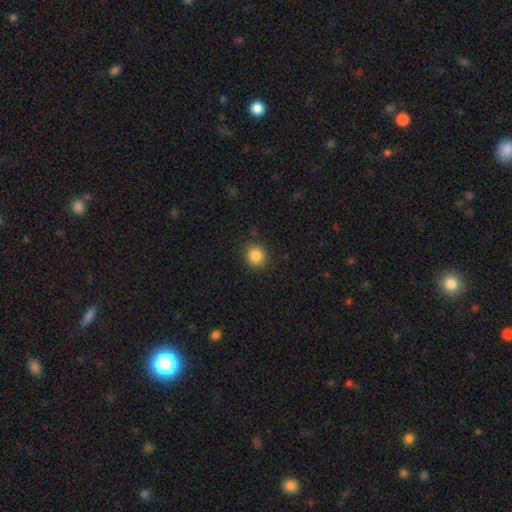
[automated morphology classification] smooth_or_featured: smooth (p=0.85) [alt: star or artifact p=0.11]
how_rounded: round (p=0.88) [alt: in between p=0.11]
merging: none (p=0.89) [alt: minor disturbance p=0.08]